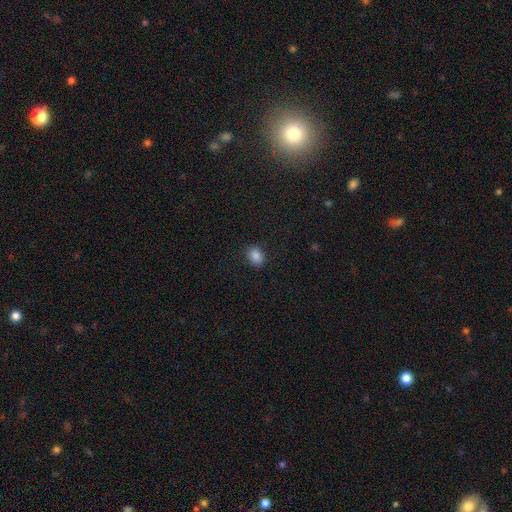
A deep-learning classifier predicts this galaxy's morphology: The model was most divided on "how rounded": in between: 60%, round: 39%, cigar-shaped: 1%. More confident: merging — none (86%); smooth or featured — smooth (86%).